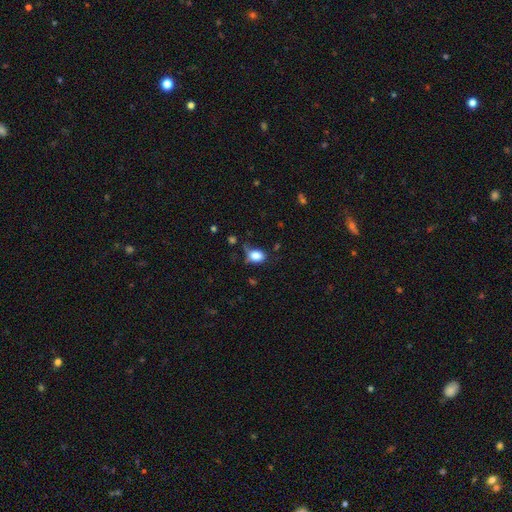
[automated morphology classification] A smooth galaxy with no disk features (82%) that is in between round and cigar-shaped (70%). Merging: none (48%).